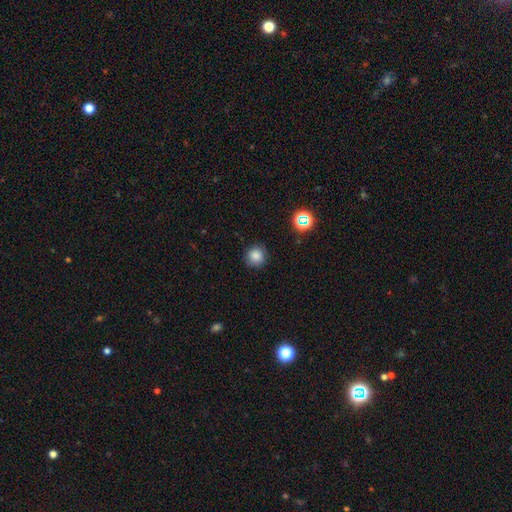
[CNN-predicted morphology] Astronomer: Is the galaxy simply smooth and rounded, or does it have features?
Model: smooth — 82%.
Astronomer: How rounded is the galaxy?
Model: round — 92%.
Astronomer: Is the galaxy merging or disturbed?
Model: none — 85%.